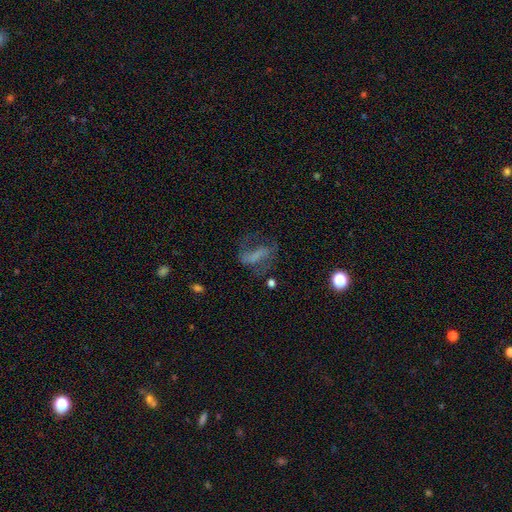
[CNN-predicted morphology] smooth-or-featured: featured or disk: 46% | smooth: 37% | star or artifact: 17%
  merging: none: 40% | major disturbance: 38% | minor disturbance: 19% | merger: 4%